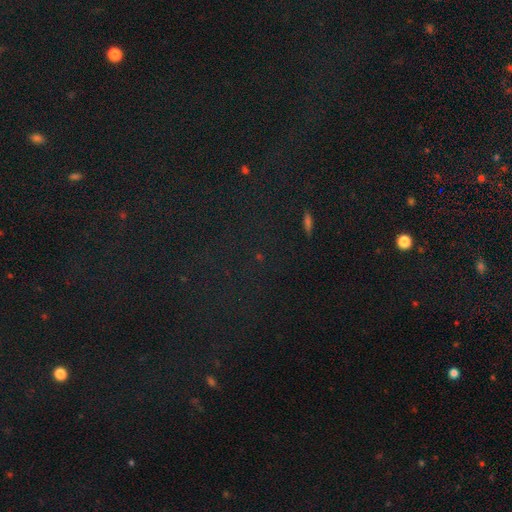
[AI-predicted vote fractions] Smooth or featured? star or artifact (78%)